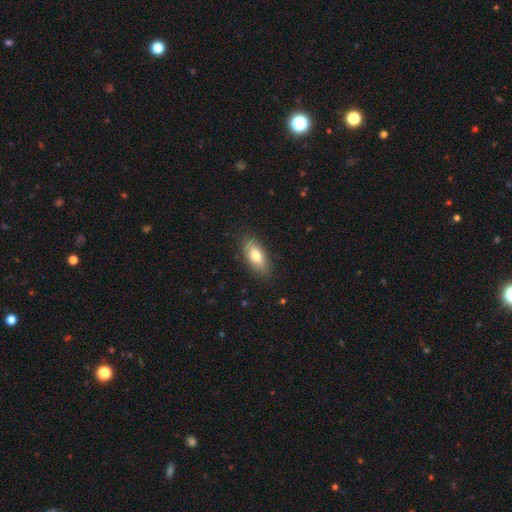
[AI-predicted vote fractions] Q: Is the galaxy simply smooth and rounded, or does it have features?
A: smooth — 74%.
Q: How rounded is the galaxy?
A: in between — 82%.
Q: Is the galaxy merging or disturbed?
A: none — 85%.